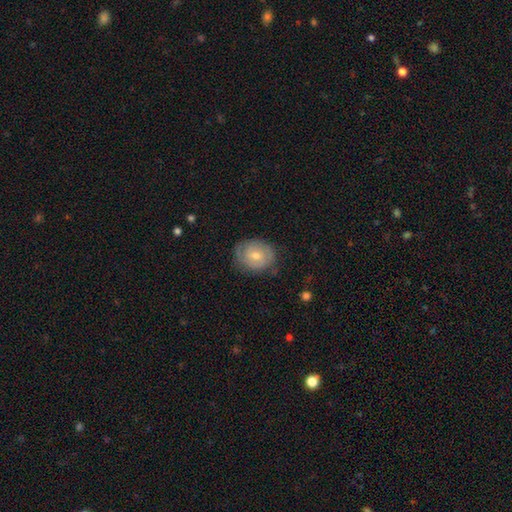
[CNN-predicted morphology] This appears to be a featured or disk galaxy (51%). Merging: none (76%).